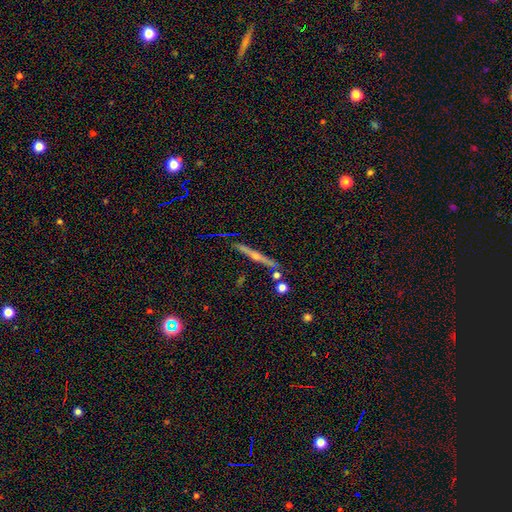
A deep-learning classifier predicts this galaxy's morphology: Smooth or featured: featured or disk — 39% (star or artifact — 35%)
Merging: none — 75% (minor disturbance — 10%)